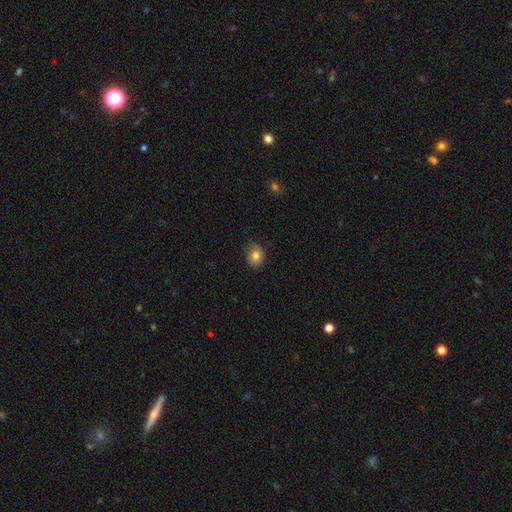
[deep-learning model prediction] smooth 79%, featured or disk 12%, star or artifact 9%. Down the decision tree: how rounded — round (50%); merging — none (66%).